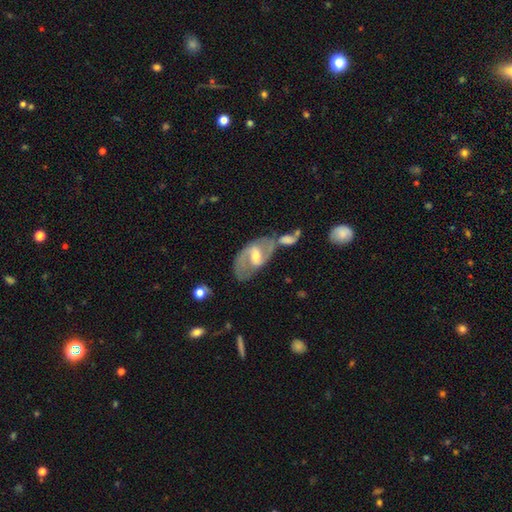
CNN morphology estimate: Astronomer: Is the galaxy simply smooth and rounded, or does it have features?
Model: featured or disk — 79%.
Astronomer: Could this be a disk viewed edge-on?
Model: no — 94%.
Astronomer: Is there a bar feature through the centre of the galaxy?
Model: weak — 50% (runner-up: strong, 36%).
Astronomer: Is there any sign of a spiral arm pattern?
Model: yes — 86%.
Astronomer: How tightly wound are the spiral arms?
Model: medium — 50% (runner-up: loose, 29%).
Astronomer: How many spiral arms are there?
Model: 2 — 84%.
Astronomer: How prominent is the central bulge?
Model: moderate — 56% (runner-up: small, 36%).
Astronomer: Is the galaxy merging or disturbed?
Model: none — 53%.